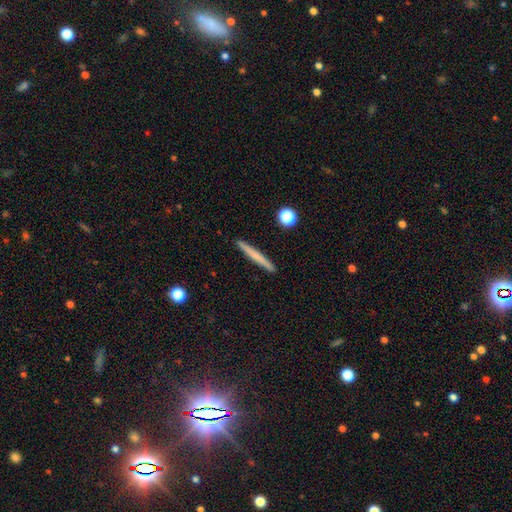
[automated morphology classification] smooth 62%, featured or disk 32%, star or artifact 6%. Down the decision tree: how rounded — cigar-shaped (96%); merging — none (92%).